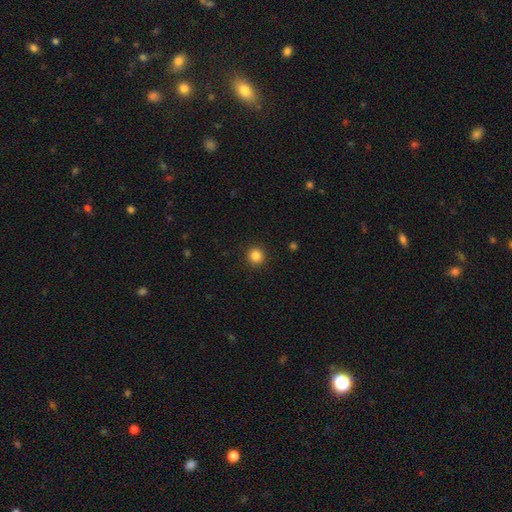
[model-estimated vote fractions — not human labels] smooth-or-featured: smooth: 85% | star or artifact: 11% | featured or disk: 4%
  how-rounded: round: 93% | in between: 6% | cigar-shaped: 1%
  merging: none: 92% | minor disturbance: 5% | major disturbance: 2% | merger: 1%